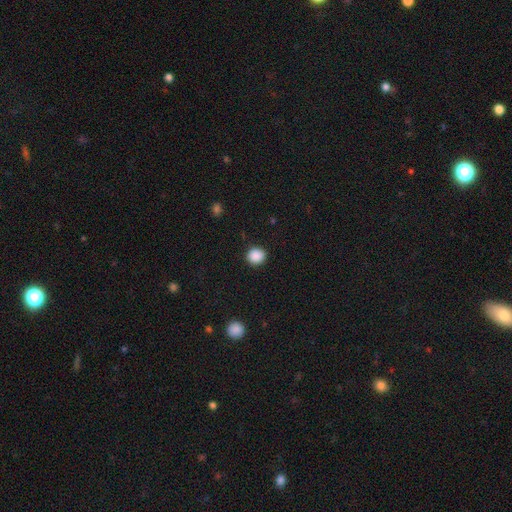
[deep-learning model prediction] smooth_or_featured: smooth (p=0.88) [alt: star or artifact p=0.09]
how_rounded: round (p=0.91) [alt: in between p=0.08]
merging: none (p=0.90) [alt: minor disturbance p=0.07]